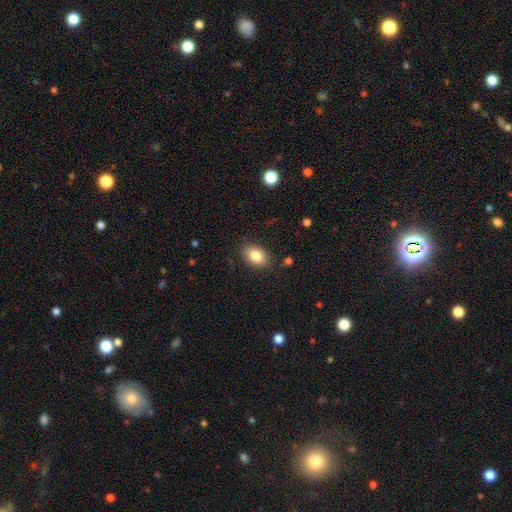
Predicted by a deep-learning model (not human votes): Overall: smooth (84%). How rounded: in between (81%). Merging: none (85%).